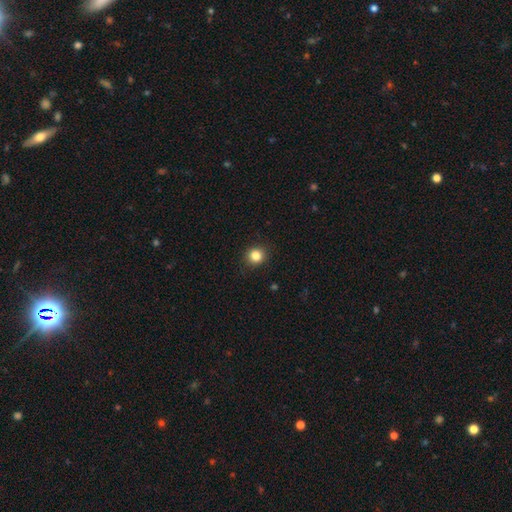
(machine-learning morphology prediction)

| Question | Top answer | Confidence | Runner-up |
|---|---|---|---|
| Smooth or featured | smooth | 84% | star or artifact (11%) |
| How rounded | round | 89% | in between (11%) |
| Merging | none | 91% | minor disturbance (7%) |